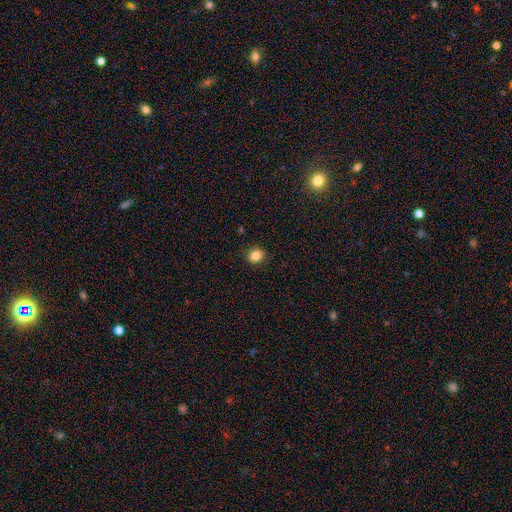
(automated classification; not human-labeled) Smooth or featured? Predicted: smooth (p=0.85). How rounded? Predicted: round (p=0.75). Merging? Predicted: none (p=0.90).